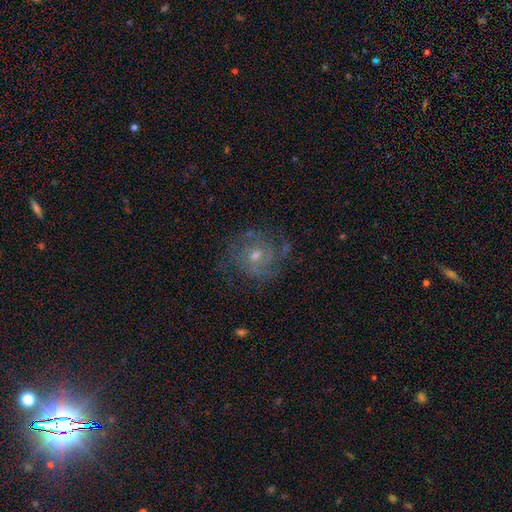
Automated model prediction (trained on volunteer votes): This is likely a featured or disk galaxy (71%). It is clearly not viewed edge-on (98%). Bar: likely no (70%). Spiral arm pattern: clearly yes (87%). Spiral arm count: marginally can't tell (37%). Spiral winding: possibly tight (51%). Central bulge: possibly moderate (52%). Merging: likely none (70%).